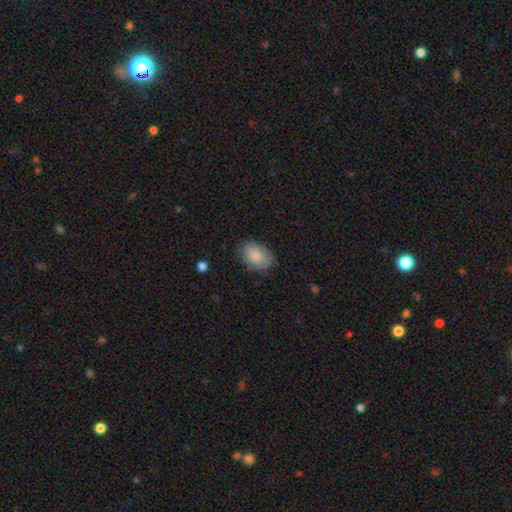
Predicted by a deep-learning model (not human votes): Q: Smooth or featured?
A: smooth (87%); runner-up: featured or disk (7%)
Q: How rounded?
A: in between (87%); runner-up: round (12%)
Q: Merging?
A: none (78%); runner-up: minor disturbance (17%)